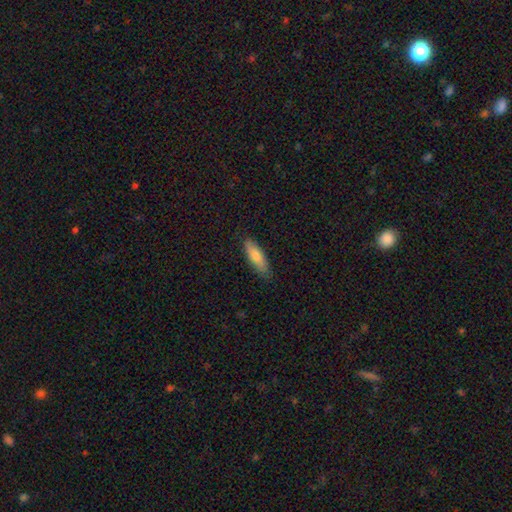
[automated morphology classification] smooth 76%, featured or disk 18%, star or artifact 6%. Down the decision tree: how rounded — cigar-shaped (51%); merging — none (84%).